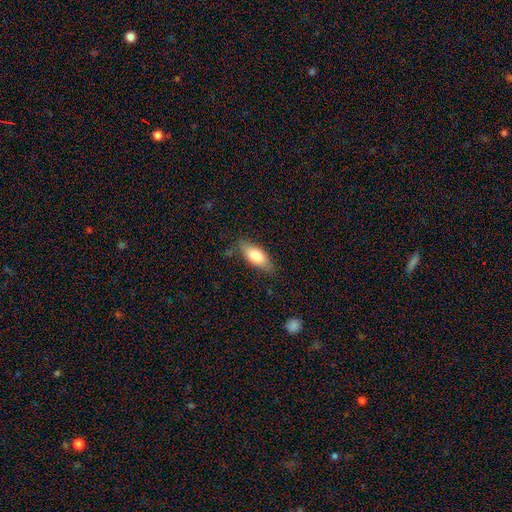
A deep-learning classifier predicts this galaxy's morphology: Smooth or featured: smooth — 76% (featured or disk — 18%)
How rounded: in between — 77% (cigar-shaped — 21%)
Merging: none — 76% (minor disturbance — 18%)